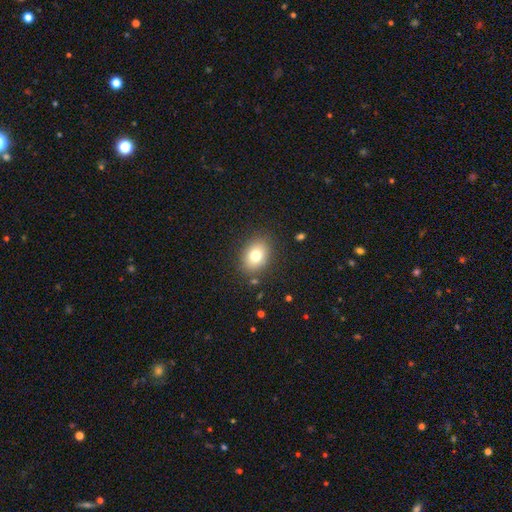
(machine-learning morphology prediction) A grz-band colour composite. It shows a smooth galaxy with no disk features (78%) that is in between round and cigar-shaped (65%). Merging: none (85%).